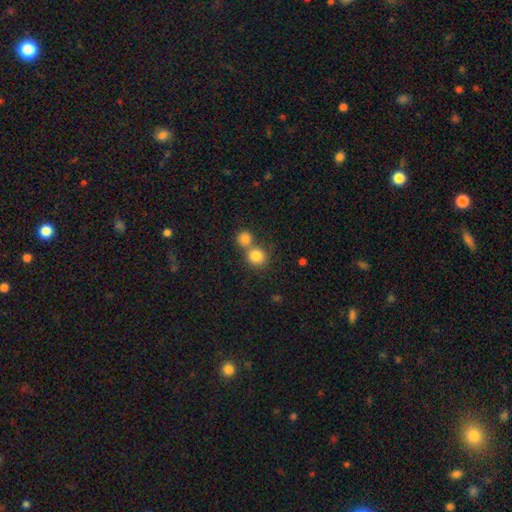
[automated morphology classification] Q: Smooth or featured?
A: smooth (82%); runner-up: star or artifact (10%)
Q: How rounded?
A: round (86%); runner-up: in between (13%)
Q: Merging?
A: none (46%); runner-up: merger (45%)